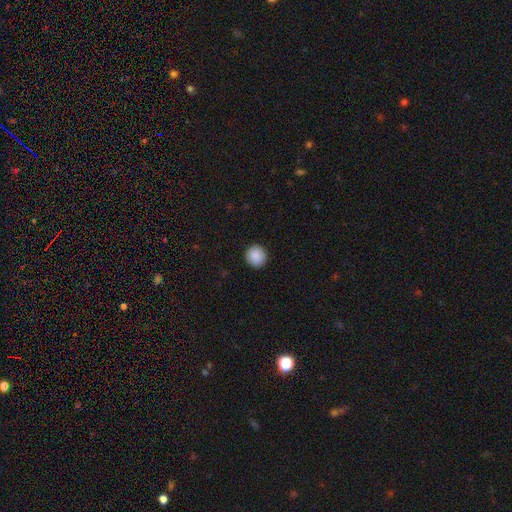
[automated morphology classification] This appears to be a smooth galaxy with no disk features (89%) that is round (93%). Merging: none (93%).